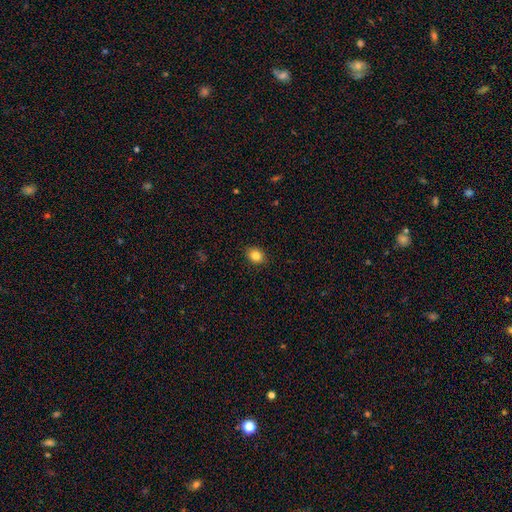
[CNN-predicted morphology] A smooth galaxy with no disk features (85%) that is in between round and cigar-shaped (51%).

Vote fractions:
- Smooth or featured? smooth: 85% / star or artifact: 10% / featured or disk: 5%
- How rounded? in between: 51% / round: 48% / cigar-shaped: 1%
- Merging? none: 90% / minor disturbance: 8% / major disturbance: 2% / merger: 1%